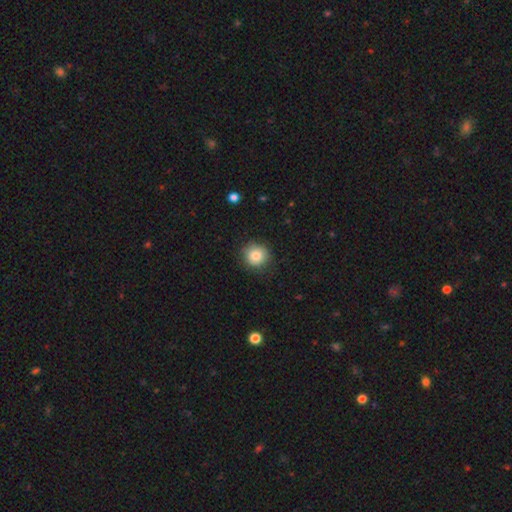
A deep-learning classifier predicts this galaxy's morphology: A smooth galaxy with no disk features (82%) that is round (92%). Merging: none (85%).